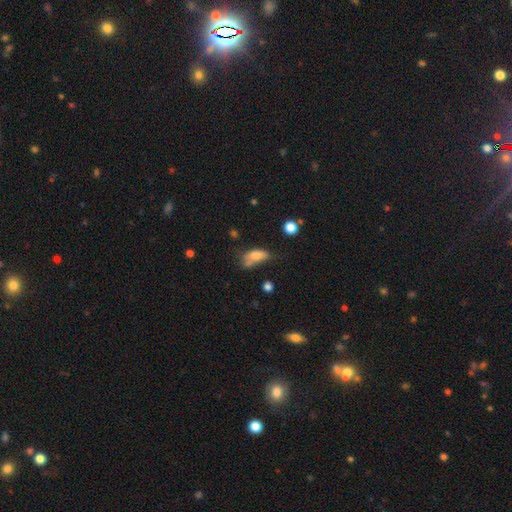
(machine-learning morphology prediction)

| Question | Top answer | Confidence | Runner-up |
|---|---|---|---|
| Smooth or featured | smooth | 69% | featured or disk (21%) |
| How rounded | in between | 82% | cigar-shaped (10%) |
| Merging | minor disturbance | 29% | none (27%) |